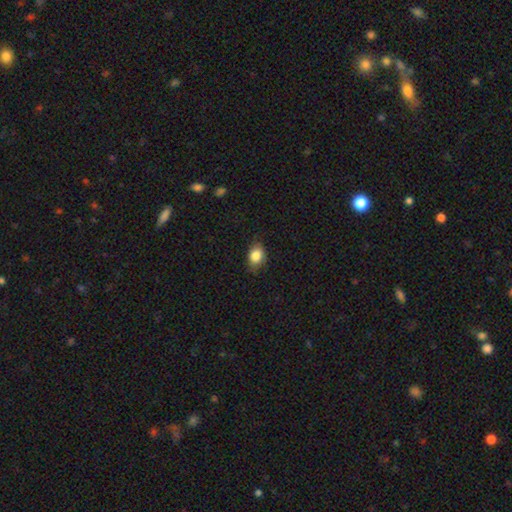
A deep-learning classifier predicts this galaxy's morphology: type=smooth (84%); roundness=in between (69%); merging=none (77%).